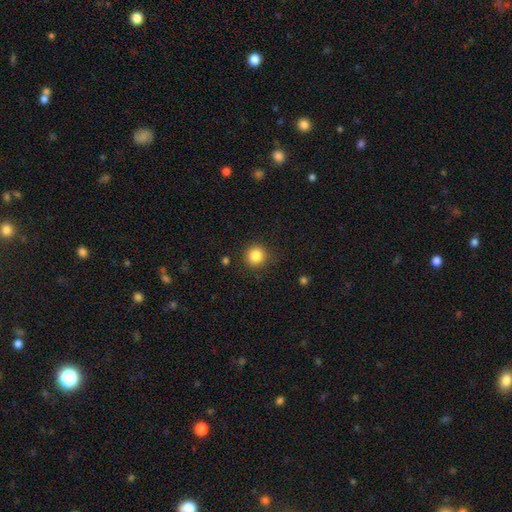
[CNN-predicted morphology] smooth-or-featured: smooth: 85% | star or artifact: 11% | featured or disk: 5%
  how-rounded: round: 93% | in between: 7% | cigar-shaped: 1%
  merging: none: 86% | minor disturbance: 9% | major disturbance: 3% | merger: 2%